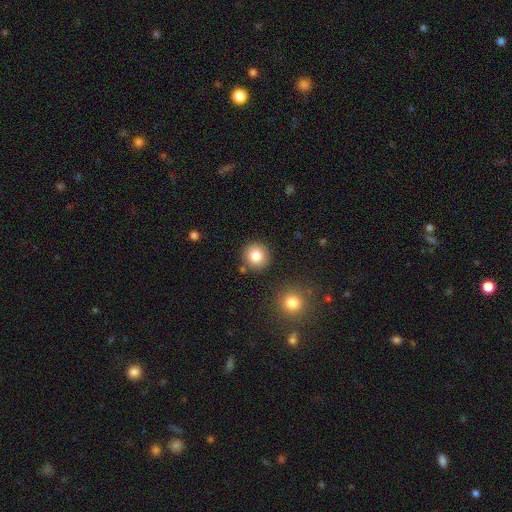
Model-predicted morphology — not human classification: Overall: smooth (83%). How rounded: round (93%). Merging: none (85%).